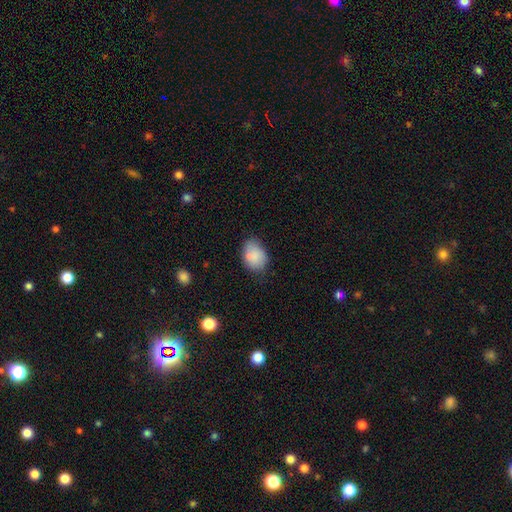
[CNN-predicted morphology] A smooth galaxy with no disk features (84%) that is in between round and cigar-shaped (71%). Merging: none (63%).